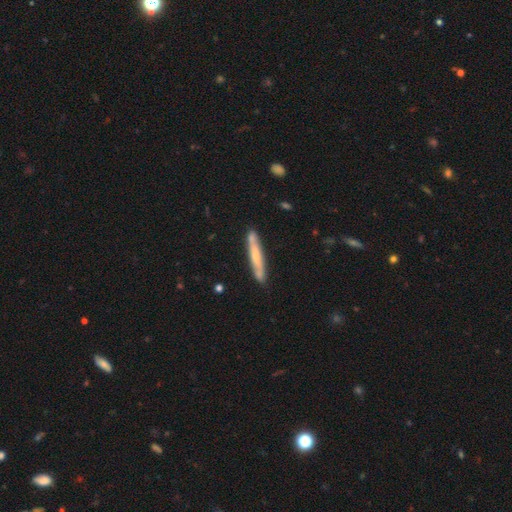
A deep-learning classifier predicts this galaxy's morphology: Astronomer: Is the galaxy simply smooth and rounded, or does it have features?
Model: smooth — 48% (runner-up: featured or disk, 47%).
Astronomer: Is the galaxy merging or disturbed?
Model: none — 82%.